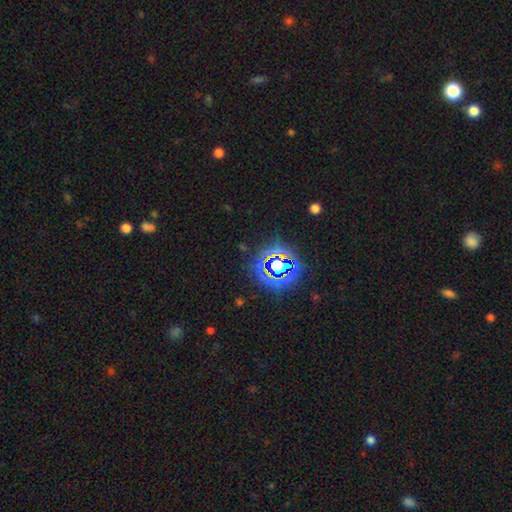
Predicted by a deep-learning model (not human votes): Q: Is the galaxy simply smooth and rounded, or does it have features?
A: star or artifact — 80%.